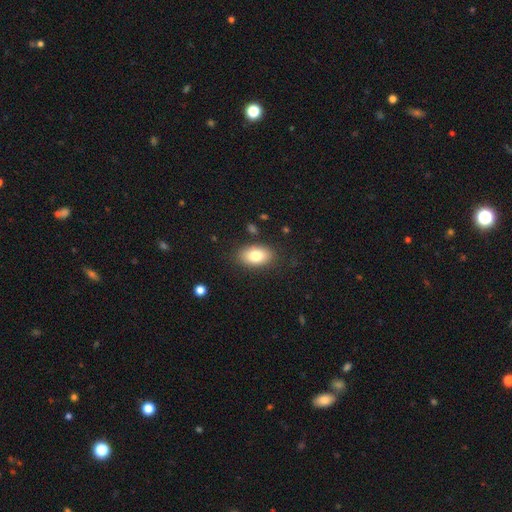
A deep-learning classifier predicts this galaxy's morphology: Overall: smooth (79%). How rounded: in between (91%). Merging: none (85%).